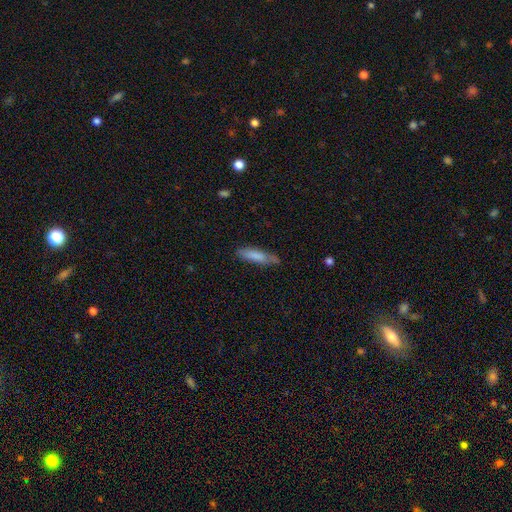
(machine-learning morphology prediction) Smooth or featured? Predicted: smooth (p=0.79). How rounded? Predicted: cigar-shaped (p=0.71). Merging? Predicted: none (p=0.71).